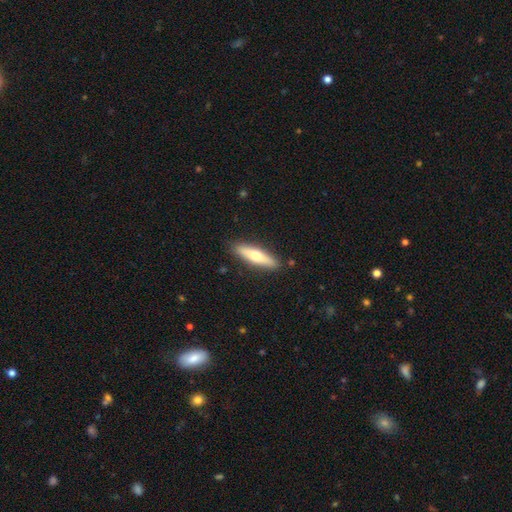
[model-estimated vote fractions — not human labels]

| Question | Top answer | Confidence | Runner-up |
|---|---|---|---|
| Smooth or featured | smooth | 54% | featured or disk (40%) |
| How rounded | cigar-shaped | 75% | in between (23%) |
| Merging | none | 89% | minor disturbance (8%) |